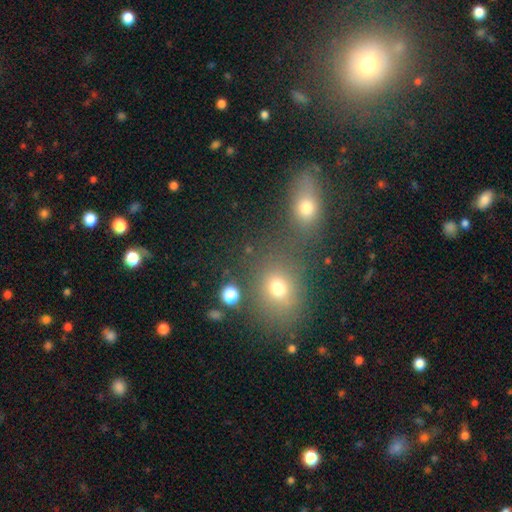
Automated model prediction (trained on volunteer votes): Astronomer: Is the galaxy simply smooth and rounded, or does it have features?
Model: smooth — 52% (runner-up: star or artifact, 36%).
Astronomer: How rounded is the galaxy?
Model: round — 65%.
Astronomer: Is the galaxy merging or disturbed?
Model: none — 61%.